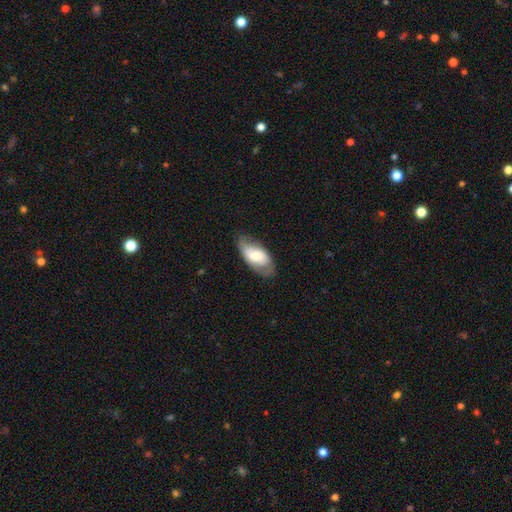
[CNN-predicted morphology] Q: Smooth or featured?
A: smooth (58%); runner-up: featured or disk (36%)
Q: How rounded?
A: in between (91%); runner-up: cigar-shaped (7%)
Q: Merging?
A: none (67%); runner-up: minor disturbance (24%)